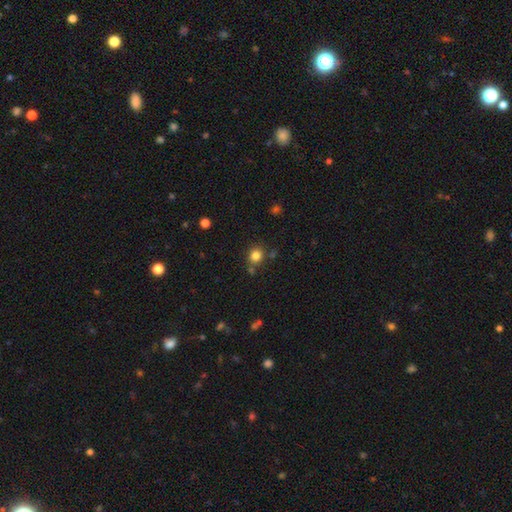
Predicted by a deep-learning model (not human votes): Morphology: type=smooth (81%); roundness=round (84%); merging=none (78%).